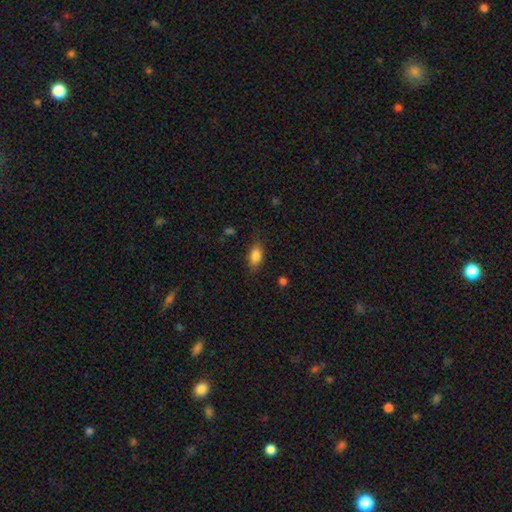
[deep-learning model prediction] A smooth galaxy with no disk features (85%) that is in between round and cigar-shaped (87%).

Vote fractions:
- Smooth or featured? smooth: 85% / star or artifact: 8% / featured or disk: 7%
- How rounded? in between: 87% / cigar-shaped: 7% / round: 6%
- Merging? none: 80% / minor disturbance: 14% / major disturbance: 4% / merger: 1%